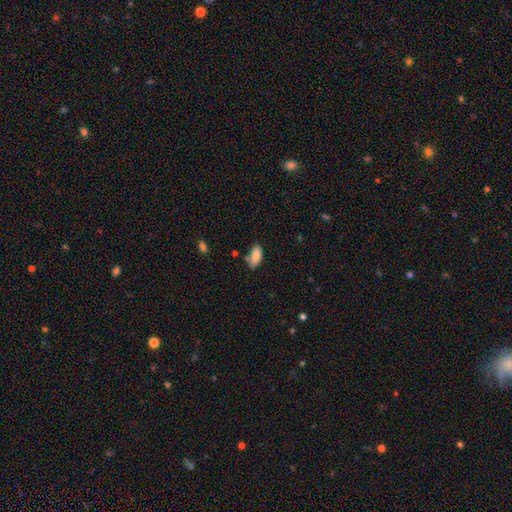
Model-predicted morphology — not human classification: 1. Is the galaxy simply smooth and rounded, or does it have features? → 86% smooth, 7% star or artifact, 7% featured or disk.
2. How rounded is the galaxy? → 88% in between, 9% cigar-shaped, 2% round.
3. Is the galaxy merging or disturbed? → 64% none, 24% minor disturbance, 7% merger, 5% major disturbance.